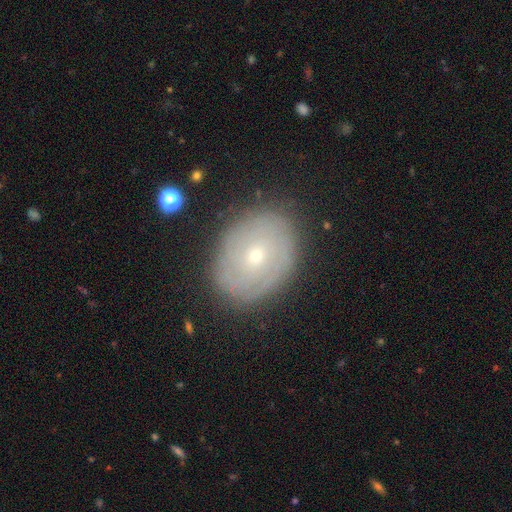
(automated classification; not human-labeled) A featured or disk galaxy (57%) with no bar (77%), spiral arms (62%) and a small central bulge (70%). Merging: none (81%).